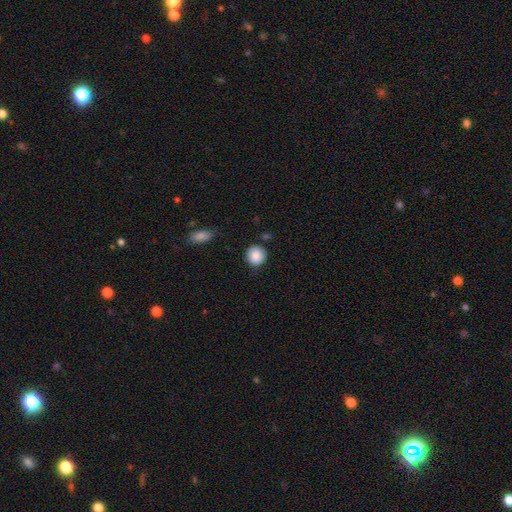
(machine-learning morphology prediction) This appears to be a smooth galaxy with no disk features (88%) that is round (86%). Merging: none (83%).